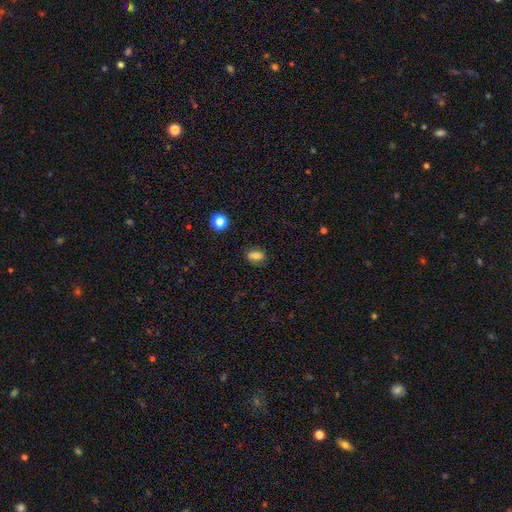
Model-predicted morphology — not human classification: This is likely a smooth galaxy (72%). How rounded: likely in between (73%). Merging: clearly none (81%).